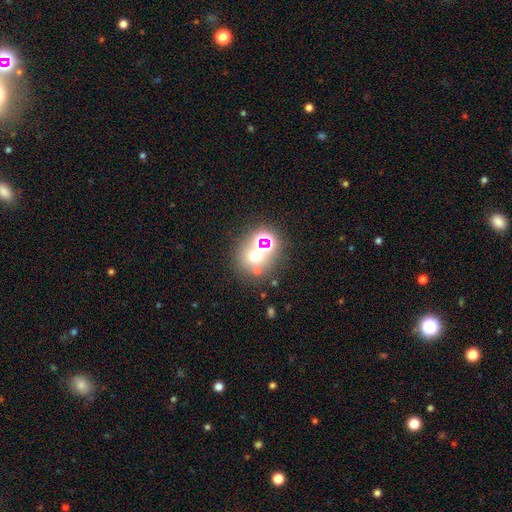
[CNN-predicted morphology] smooth-or-featured: smooth: 51% | star or artifact: 34% | featured or disk: 15%
  how-rounded: round: 83% | in between: 16% | cigar-shaped: 1%
  merging: none: 61% | merger: 26% | minor disturbance: 8% | major disturbance: 5%